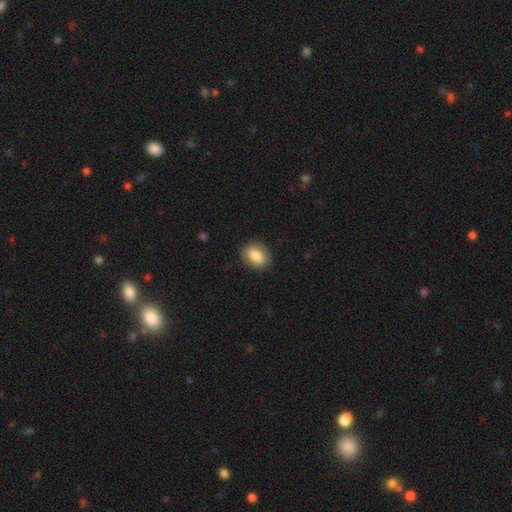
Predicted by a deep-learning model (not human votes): A smooth galaxy with no disk features (82%) that is in between round and cigar-shaped (61%).

Vote fractions:
- Smooth or featured? smooth: 82% / featured or disk: 11% / star or artifact: 7%
- How rounded? in between: 61% / round: 38% / cigar-shaped: 2%
- Merging? none: 85% / minor disturbance: 11% / major disturbance: 3% / merger: 1%